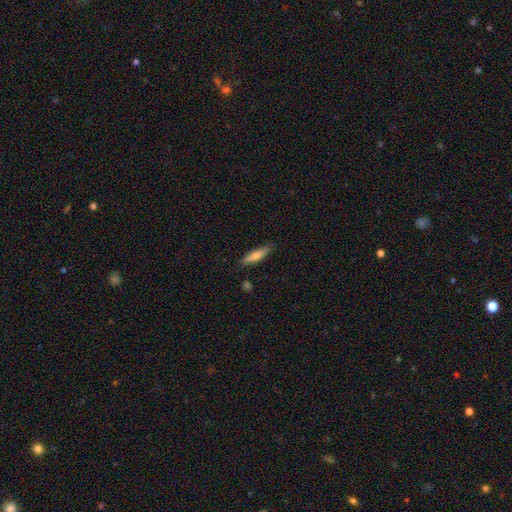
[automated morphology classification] Overall: smooth (65%; featured or disk 29%). How rounded: cigar-shaped (75%). Merging: none (86%).